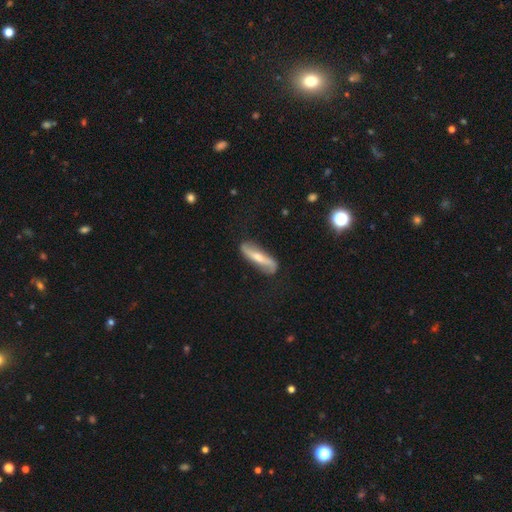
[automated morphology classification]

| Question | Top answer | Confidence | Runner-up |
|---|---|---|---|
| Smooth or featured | featured or disk | 66% | smooth (27%) |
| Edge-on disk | no | 58% | yes (42%) |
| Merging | none | 79% | minor disturbance (15%) |